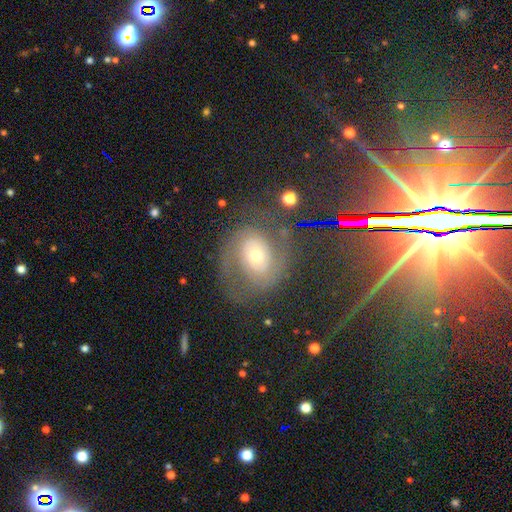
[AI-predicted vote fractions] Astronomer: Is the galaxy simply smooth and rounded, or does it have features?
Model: featured or disk — 75%.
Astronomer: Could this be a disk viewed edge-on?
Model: no — 97%.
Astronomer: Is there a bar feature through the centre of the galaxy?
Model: no — 67%.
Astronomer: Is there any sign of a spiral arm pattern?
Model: yes — 89%.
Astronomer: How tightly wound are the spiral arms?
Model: tight — 43% (runner-up: medium, 42%).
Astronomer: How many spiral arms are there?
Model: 2 — 78%.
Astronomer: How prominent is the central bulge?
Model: moderate — 50% (runner-up: small, 43%).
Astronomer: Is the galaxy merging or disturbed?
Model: none — 66%.